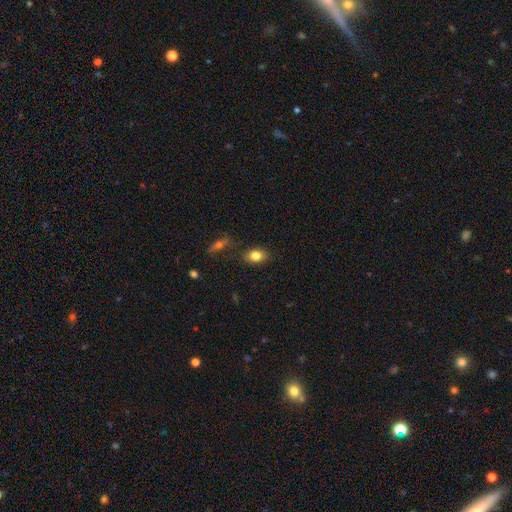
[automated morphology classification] Smooth or featured? Predicted: smooth (p=0.81). How rounded? Predicted: in between (p=0.78). Merging? Predicted: none (p=0.83).